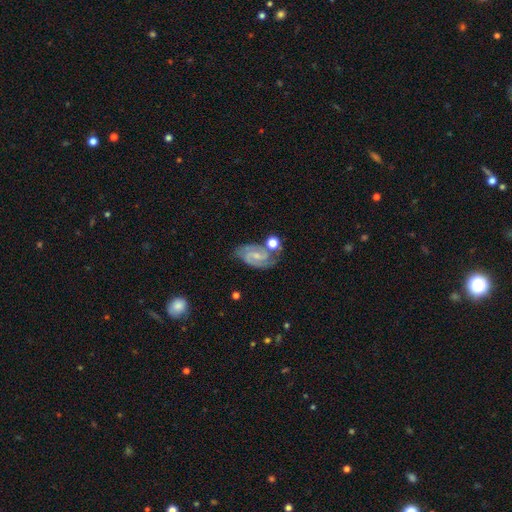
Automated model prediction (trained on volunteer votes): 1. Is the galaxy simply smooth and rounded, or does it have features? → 82% featured or disk, 11% smooth, 7% star or artifact.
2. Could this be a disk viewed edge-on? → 97% no, 3% yes.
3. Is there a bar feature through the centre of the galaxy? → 49% weak, 34% no, 17% strong.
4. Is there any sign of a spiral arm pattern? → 97% yes, 3% no.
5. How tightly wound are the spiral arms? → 48% medium, 41% tight, 10% loose.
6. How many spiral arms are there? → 87% 2, 5% can't tell, 4% 3, 2% 1, 1% 4, 1% more than 4.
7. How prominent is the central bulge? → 62% small, 24% moderate, 11% none, 1% large, 1% dominant.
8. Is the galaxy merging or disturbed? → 64% none, 17% minor disturbance, 13% merger, 6% major disturbance.